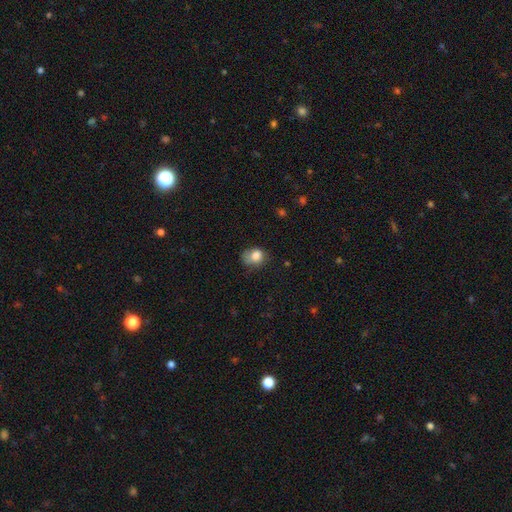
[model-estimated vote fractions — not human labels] Q: Smooth or featured?
A: smooth (80%); runner-up: featured or disk (11%)
Q: How rounded?
A: round (55%); runner-up: in between (44%)
Q: Merging?
A: none (41%); runner-up: minor disturbance (35%)